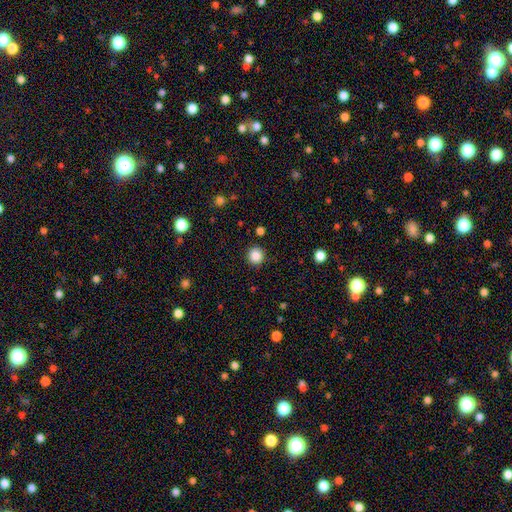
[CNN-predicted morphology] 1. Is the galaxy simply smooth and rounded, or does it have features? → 86% smooth, 10% star or artifact, 3% featured or disk.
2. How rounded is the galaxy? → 93% round, 6% in between, 1% cigar-shaped.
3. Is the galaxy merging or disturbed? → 89% none, 7% minor disturbance, 2% major disturbance, 1% merger.